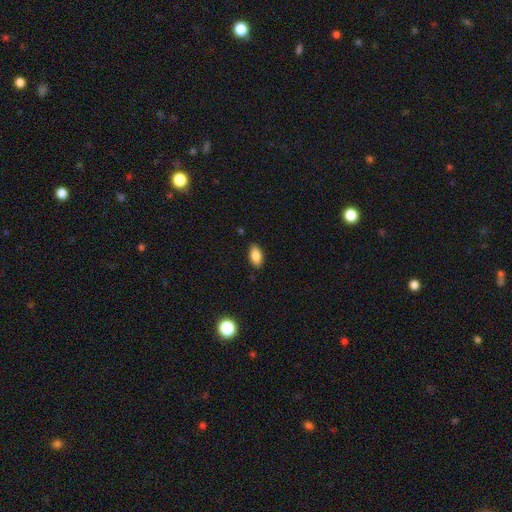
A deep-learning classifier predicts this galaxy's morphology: type=smooth (85%); roundness=in between (91%); merging=none (86%).